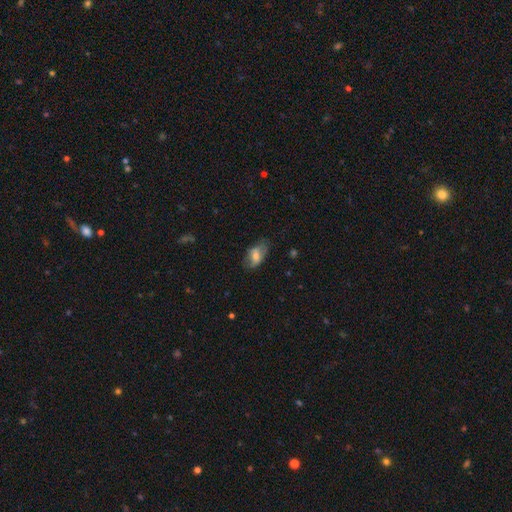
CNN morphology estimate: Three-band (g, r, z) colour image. It shows a smooth galaxy with no disk features (57%) that is in between round and cigar-shaped (90%). Merging: none (64%).